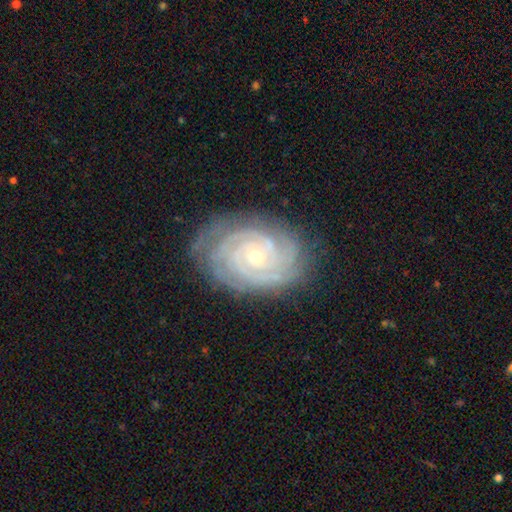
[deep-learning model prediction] featured or disk 90%, star or artifact 5%, smooth 5%. Down the decision tree: edge-on disk — no (97%); bar — no (76%); spiral arms — yes (98%); spiral arm count — 3 (25%); spiral winding — tight (84%); bulge size — small (67%); merging — none (80%).